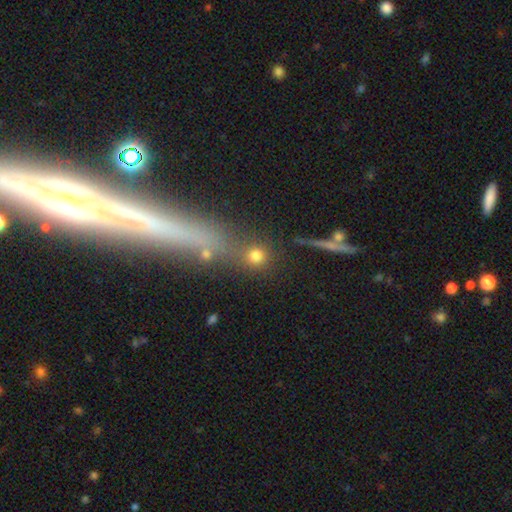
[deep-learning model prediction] smooth 74%, star or artifact 17%, featured or disk 9%. Down the decision tree: how rounded — round (87%); merging — none (63%).